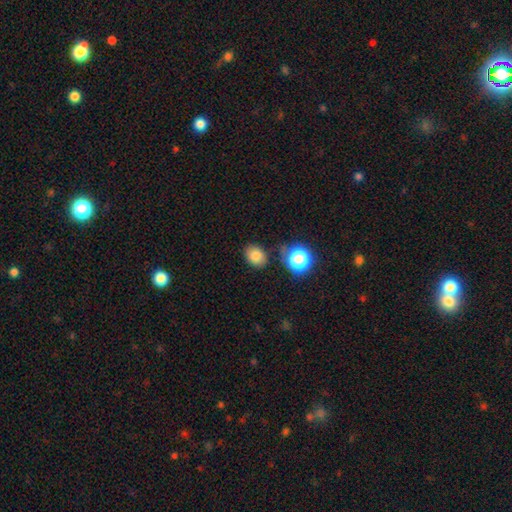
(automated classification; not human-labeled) smooth 81%, star or artifact 13%, featured or disk 7%. Down the decision tree: how rounded — in between (61%); merging — none (78%).